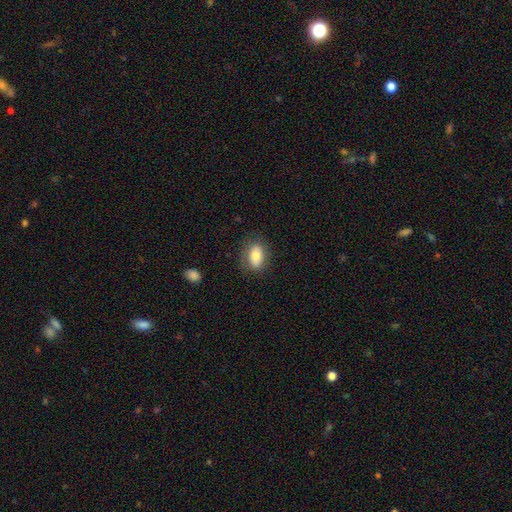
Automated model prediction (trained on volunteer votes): Q: Smooth or featured?
A: smooth (77%); runner-up: featured or disk (15%)
Q: How rounded?
A: in between (84%); runner-up: round (13%)
Q: Merging?
A: none (80%); runner-up: minor disturbance (15%)